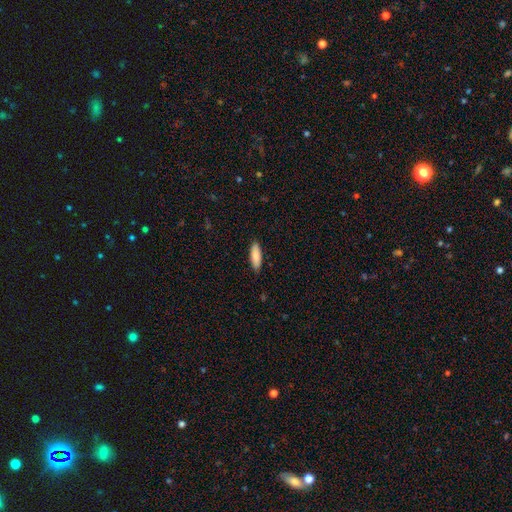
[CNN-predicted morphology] type=smooth (85%); roundness=in between (55%); merging=none (89%).